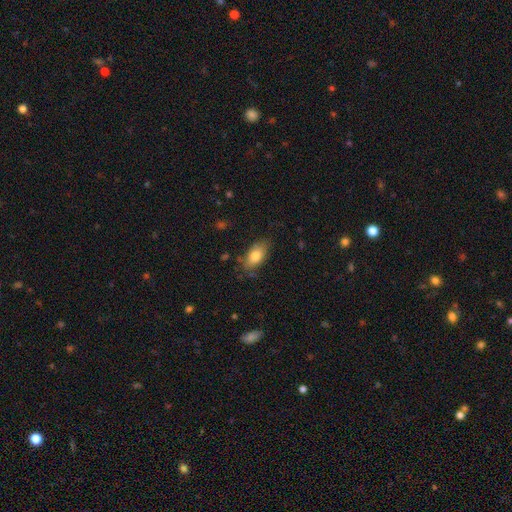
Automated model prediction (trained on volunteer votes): A smooth galaxy with no disk features (78%) that is in between round and cigar-shaped (89%).

Vote fractions:
- Smooth or featured? smooth: 78% / featured or disk: 14% / star or artifact: 7%
- How rounded? in between: 89% / cigar-shaped: 7% / round: 5%
- Merging? none: 73% / minor disturbance: 21% / major disturbance: 5% / merger: 2%